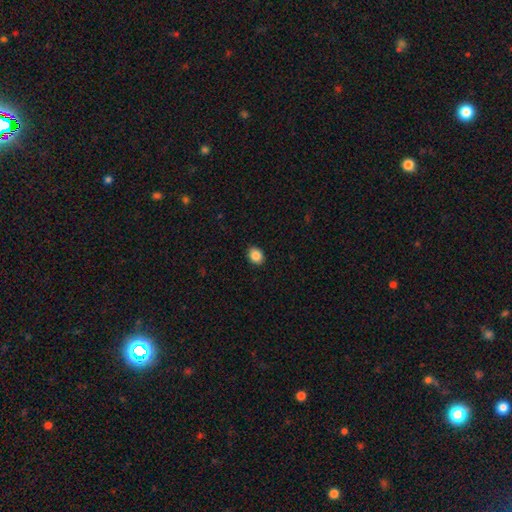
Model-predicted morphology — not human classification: smooth 87%, star or artifact 9%, featured or disk 4%. Down the decision tree: how rounded — round (52%); merging — none (91%).